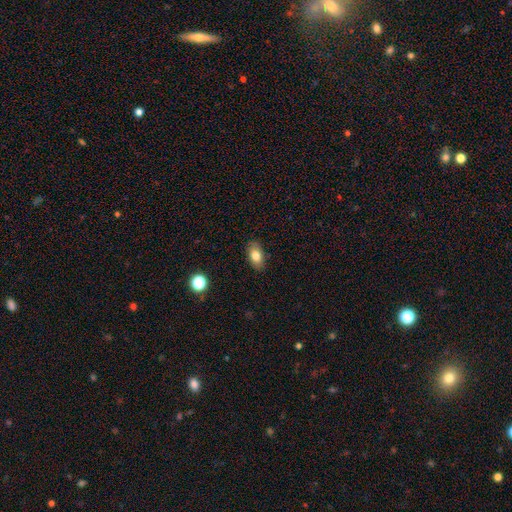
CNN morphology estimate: Q: Smooth or featured?
A: smooth (80%); runner-up: featured or disk (11%)
Q: How rounded?
A: in between (89%); runner-up: round (9%)
Q: Merging?
A: none (86%); runner-up: minor disturbance (11%)